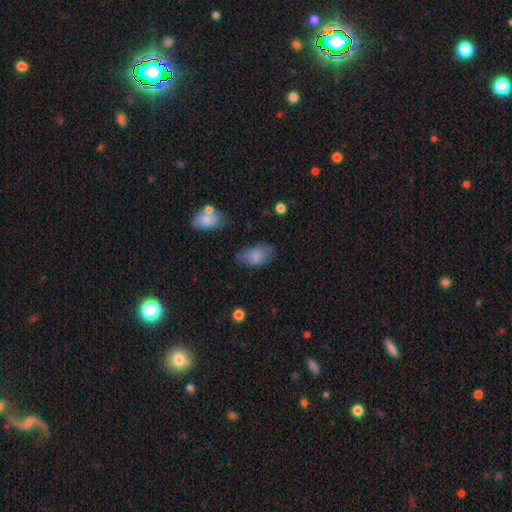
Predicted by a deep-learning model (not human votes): The model was most divided on "merging": none: 58%, minor disturbance: 29%, major disturbance: 10%, merger: 3%. More confident: how rounded — in between (92%); smooth or featured — smooth (79%).